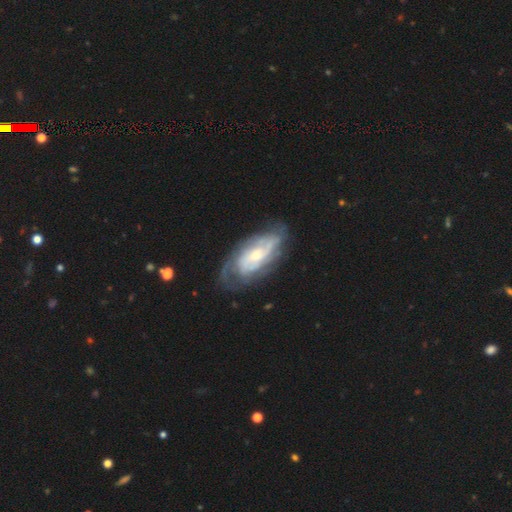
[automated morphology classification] This is likely a featured or disk galaxy (77%). It is clearly not viewed edge-on (92%). Bar: likely no (65%). Spiral arm pattern: clearly yes (87%). Spiral arm count: possibly can't tell (47%). Spiral winding: possibly tight (53%). Central bulge: possibly small (48%). Merging: likely none (62%).